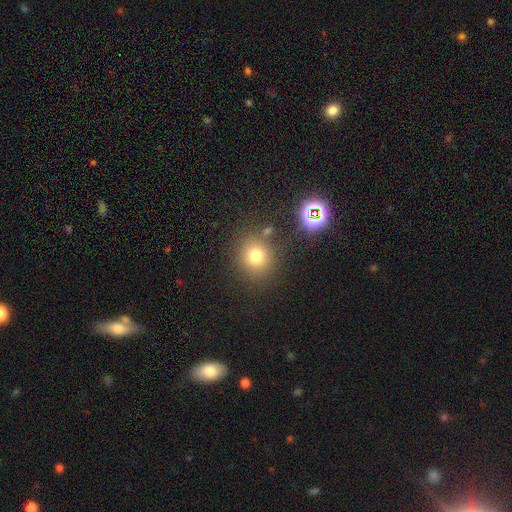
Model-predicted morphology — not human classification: A smooth galaxy with no disk features (75%) that is round (85%).

Vote fractions:
- Smooth or featured? smooth: 75% / star or artifact: 17% / featured or disk: 9%
- How rounded? round: 85% / in between: 14% / cigar-shaped: 1%
- Merging? none: 80% / minor disturbance: 10% / merger: 6% / major disturbance: 4%